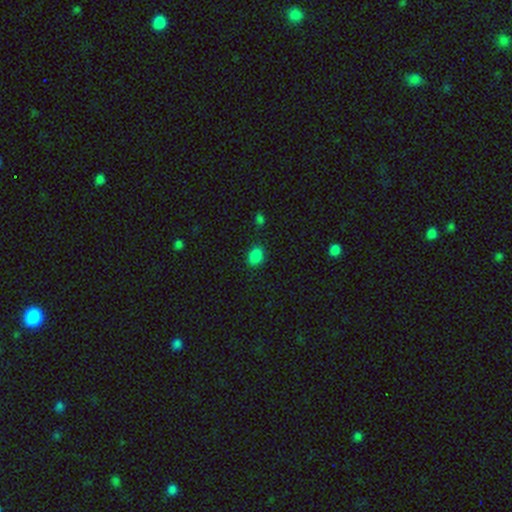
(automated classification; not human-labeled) smooth_or_featured: smooth (p=0.84) [alt: star or artifact p=0.13]
how_rounded: in between (p=0.68) [alt: round p=0.30]
merging: none (p=0.82) [alt: minor disturbance p=0.12]